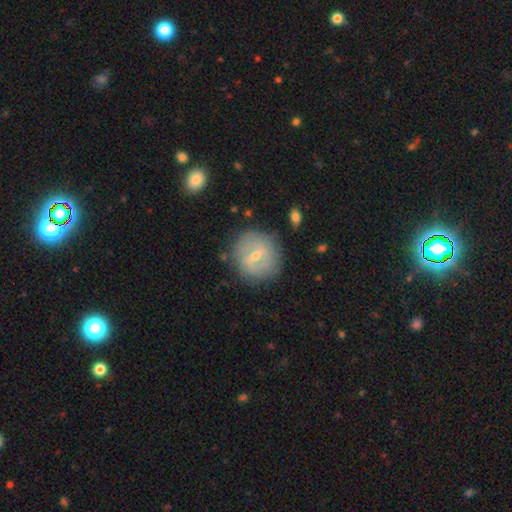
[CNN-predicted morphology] Smooth or featured? Predicted: featured or disk (p=0.63). Edge-on disk? Predicted: no (p=0.94). Bar? Predicted: weak (p=0.54). Spiral arms? Predicted: yes (p=0.55). Bulge size? Predicted: small (p=0.50). Merging? Predicted: none (p=0.81).